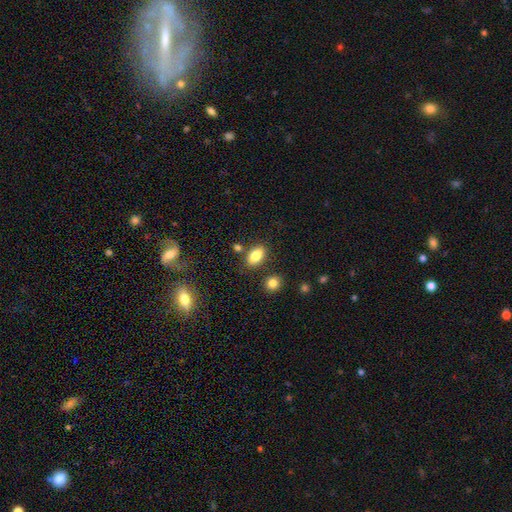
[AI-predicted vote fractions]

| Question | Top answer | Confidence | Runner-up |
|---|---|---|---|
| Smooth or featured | smooth | 83% | star or artifact (8%) |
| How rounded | in between | 89% | round (8%) |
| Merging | none | 79% | minor disturbance (11%) |